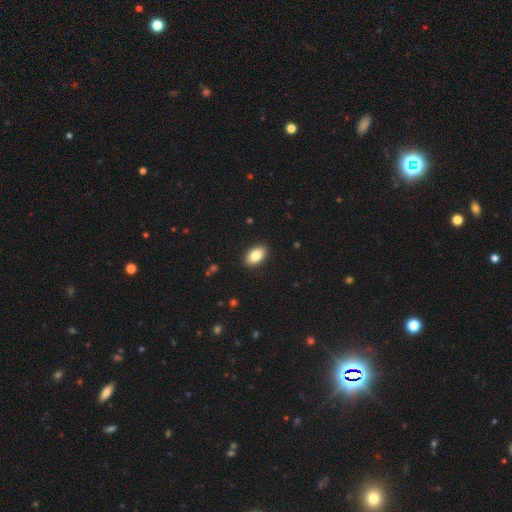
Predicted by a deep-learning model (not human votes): Overall: smooth (83%). How rounded: in between (92%). Merging: none (90%).